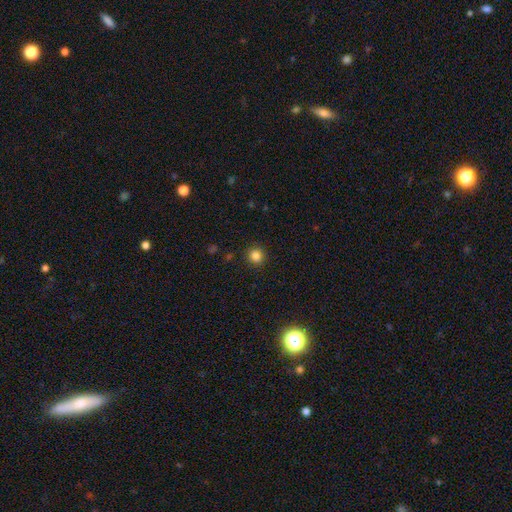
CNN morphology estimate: Q: Smooth or featured?
A: smooth (84%); runner-up: star or artifact (12%)
Q: How rounded?
A: round (94%); runner-up: in between (6%)
Q: Merging?
A: none (91%); runner-up: minor disturbance (6%)